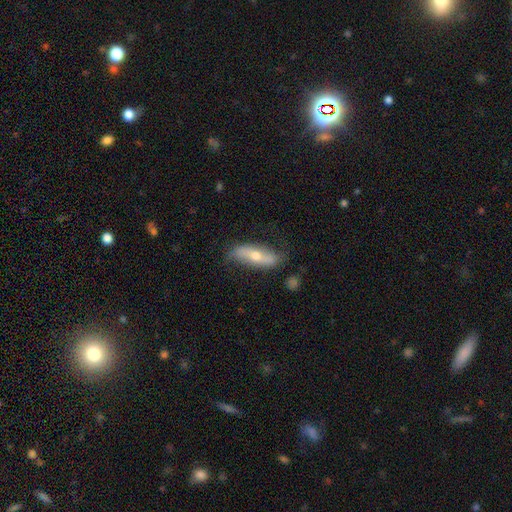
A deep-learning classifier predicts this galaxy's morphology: Smooth or featured: featured or disk — 59% (smooth — 35%)
Edge-on disk: no — 69% (yes — 31%)
Merging: none — 73% (minor disturbance — 20%)